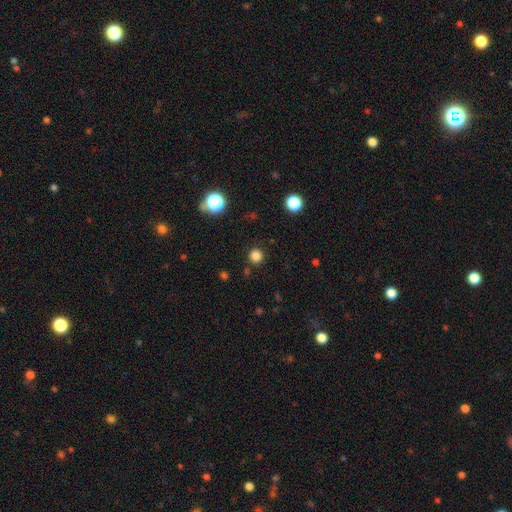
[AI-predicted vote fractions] smooth-or-featured: smooth: 81% | star or artifact: 15% | featured or disk: 3%
  how-rounded: round: 94% | in between: 5% | cigar-shaped: 1%
  merging: none: 90% | minor disturbance: 6% | major disturbance: 2% | merger: 2%